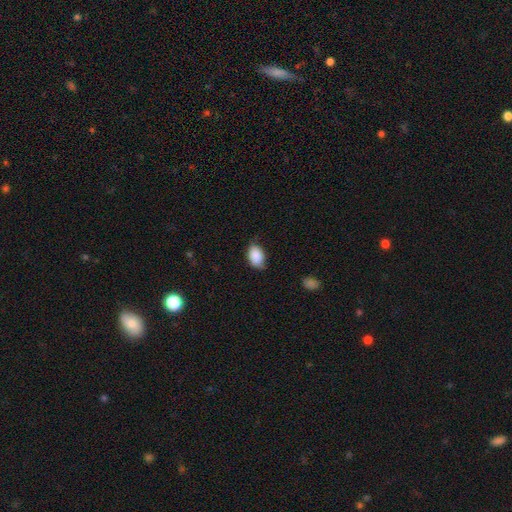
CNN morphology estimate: Smooth or featured: smooth — 88% (star or artifact — 7%)
How rounded: in between — 88% (round — 11%)
Merging: none — 69% (minor disturbance — 25%)